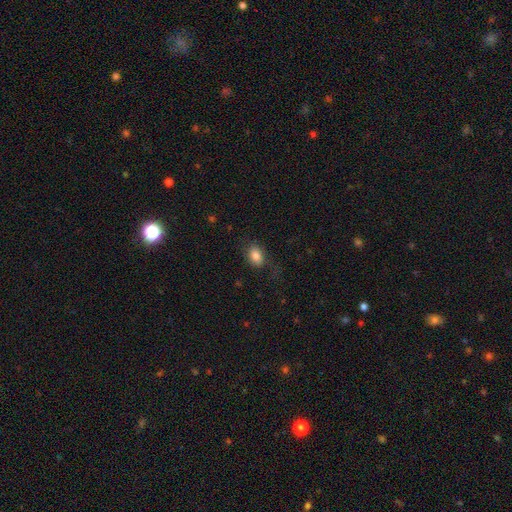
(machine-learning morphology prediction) Smooth or featured? Predicted: smooth (p=0.82). How rounded? Predicted: in between (p=0.83). Merging? Predicted: none (p=0.71).